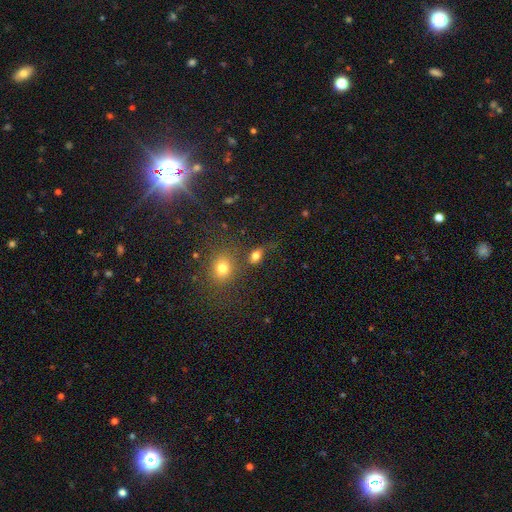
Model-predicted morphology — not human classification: A smooth galaxy with no disk features (78%) that is in between round and cigar-shaped (72%). Merging: none (62%).